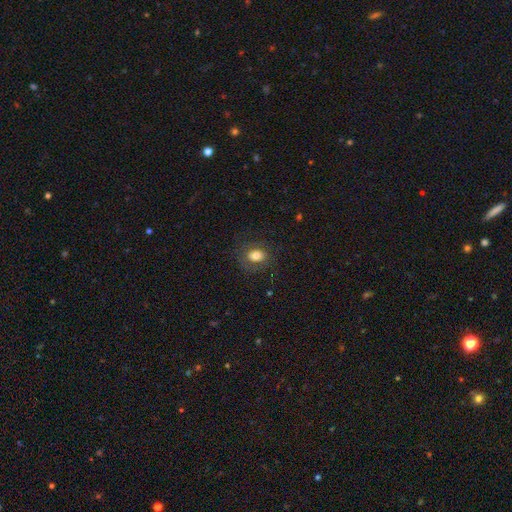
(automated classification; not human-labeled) A smooth galaxy with no disk features (75%) that is in between round and cigar-shaped (59%).

Vote fractions:
- Smooth or featured? smooth: 75% / featured or disk: 14% / star or artifact: 11%
- How rounded? in between: 59% / round: 40% / cigar-shaped: 1%
- Merging? none: 77% / minor disturbance: 15% / major disturbance: 8% / merger: 1%